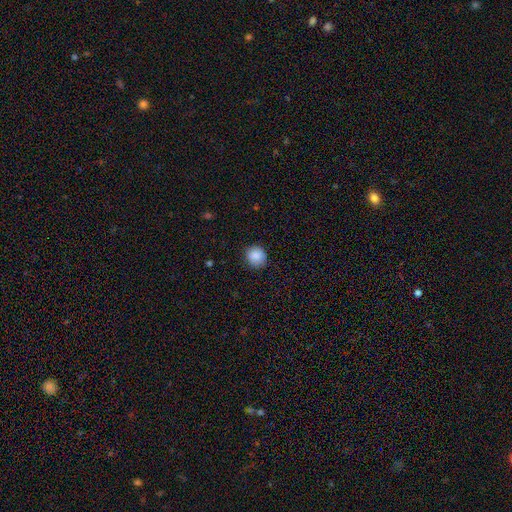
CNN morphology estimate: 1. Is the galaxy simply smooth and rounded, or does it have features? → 87% smooth, 9% star or artifact, 5% featured or disk.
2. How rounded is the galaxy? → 91% round, 8% in between, 1% cigar-shaped.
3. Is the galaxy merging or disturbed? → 88% none, 9% minor disturbance, 2% major disturbance, 1% merger.